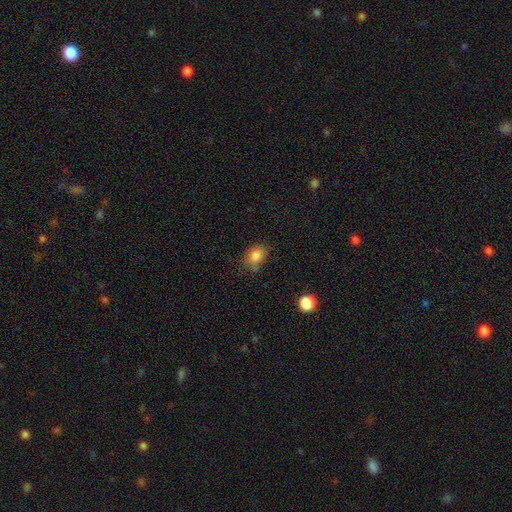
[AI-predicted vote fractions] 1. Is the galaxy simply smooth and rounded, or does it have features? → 83% smooth, 10% star or artifact, 7% featured or disk.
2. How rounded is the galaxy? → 70% in between, 29% round, 1% cigar-shaped.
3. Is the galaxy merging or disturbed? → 61% none, 28% minor disturbance, 7% major disturbance, 3% merger.